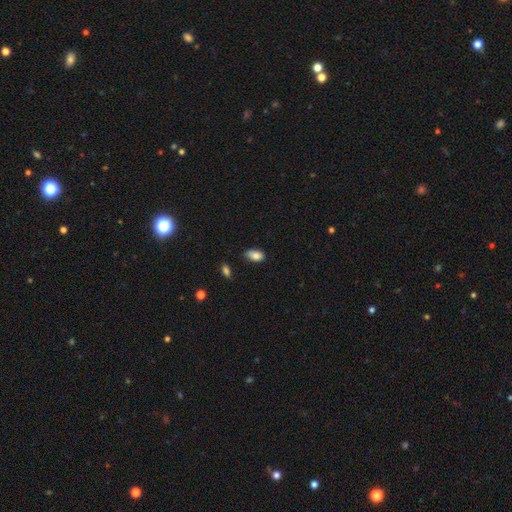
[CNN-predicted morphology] Smooth or featured? smooth (81%)
How rounded? in between (92%)
Merging? none (63%)